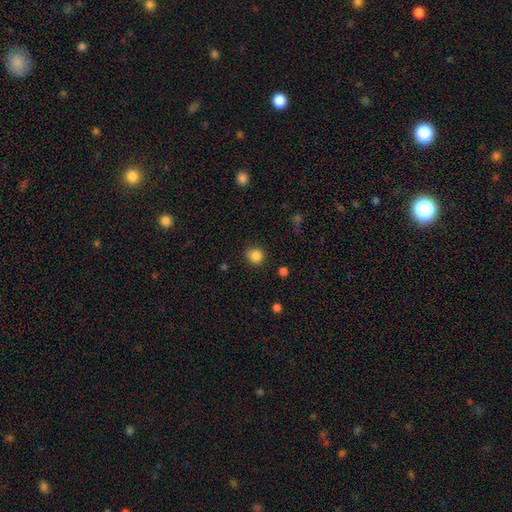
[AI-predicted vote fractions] Morphology: type=smooth (85%); roundness=round (86%); merging=none (84%).